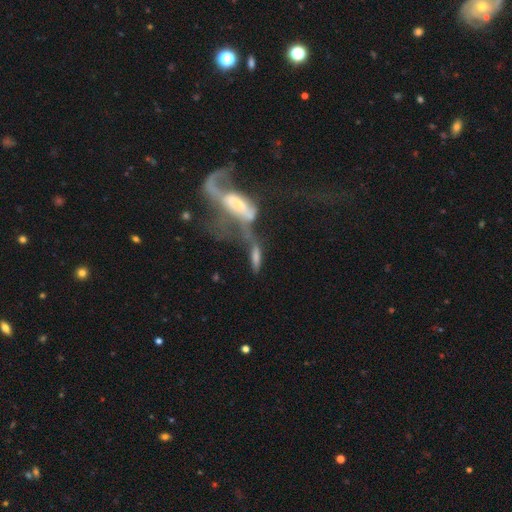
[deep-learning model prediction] A featured or disk galaxy (55%).

Vote fractions:
- Smooth or featured? featured or disk: 55% / smooth: 32% / star or artifact: 12%
- Edge-on disk? no: 68% / yes: 32%
- Merging? merger: 63% / major disturbance: 18% / none: 12% / minor disturbance: 7%